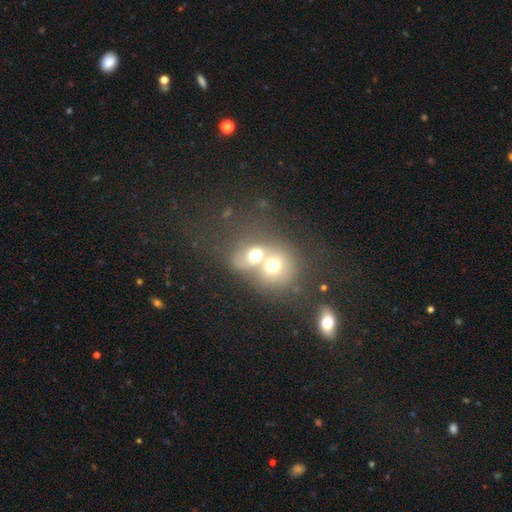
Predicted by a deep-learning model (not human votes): Overall: smooth (57%; featured or disk 30%). How rounded: round (67%; in between 32%). Merging: merger (73%).